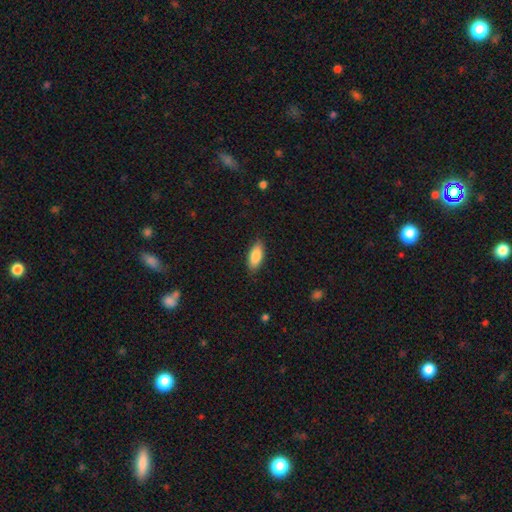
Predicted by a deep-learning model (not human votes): Morphology: type=smooth (87%); roundness=in between (82%); merging=none (86%).